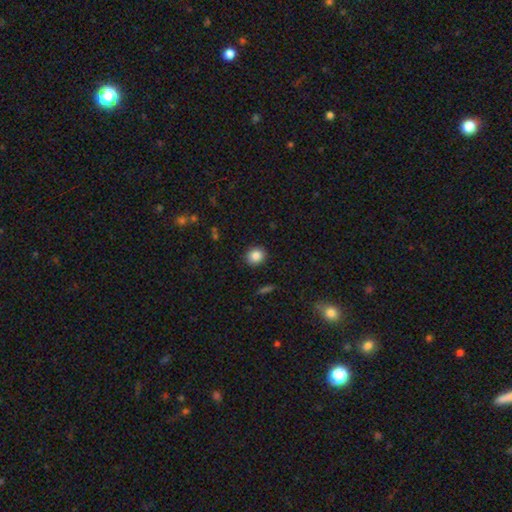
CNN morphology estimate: smooth 86%, star or artifact 9%, featured or disk 4%. Down the decision tree: how rounded — round (80%); merging — none (91%).